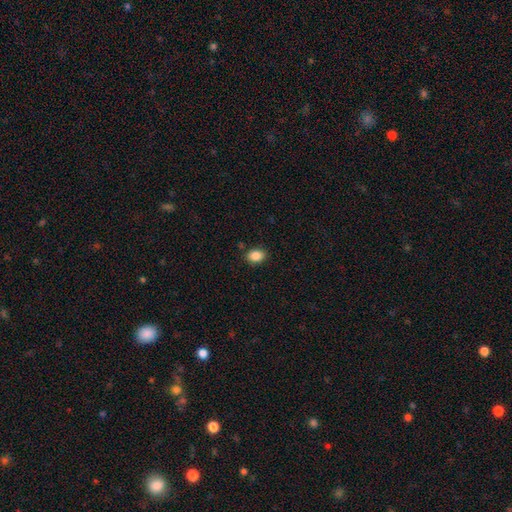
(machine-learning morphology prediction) Overall: smooth (87%). How rounded: in between (70%). Merging: none (86%).